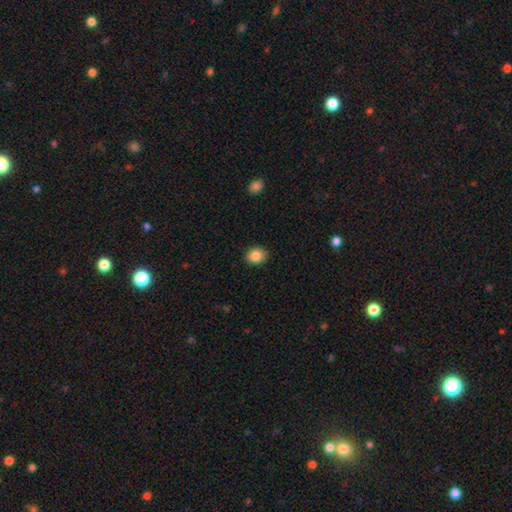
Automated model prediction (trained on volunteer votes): Smooth or featured: smooth — 86% (star or artifact — 9%)
How rounded: round — 66% (in between — 33%)
Merging: none — 89% (minor disturbance — 9%)